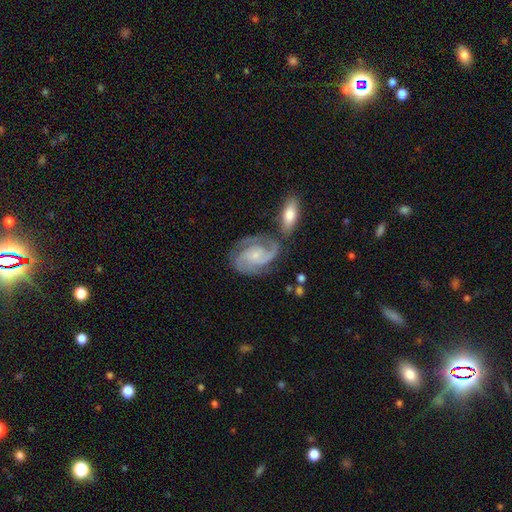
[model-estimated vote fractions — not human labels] Q: Smooth or featured?
A: featured or disk (86%); runner-up: smooth (9%)
Q: Edge-on disk?
A: no (97%); runner-up: yes (3%)
Q: Bar?
A: no (68%); runner-up: weak (26%)
Q: Spiral arms?
A: yes (97%); runner-up: no (3%)
Q: Spiral winding?
A: medium (45%); runner-up: tight (43%)
Q: Spiral arm count?
A: 2 (65%); runner-up: 3 (17%)
Q: Bulge size?
A: small (74%); runner-up: moderate (18%)
Q: Merging?
A: none (59%); runner-up: minor disturbance (20%)